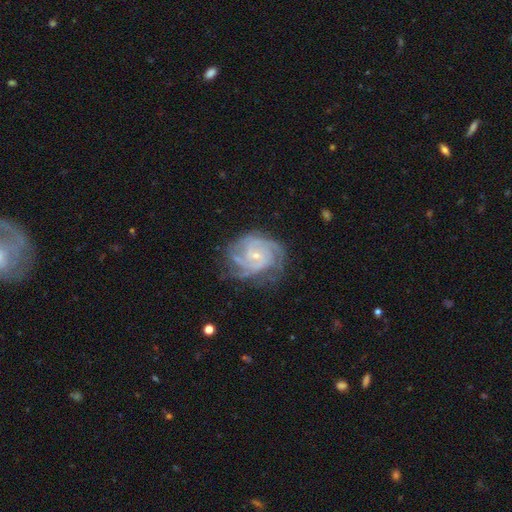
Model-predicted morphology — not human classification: The model was most divided on "spiral arm count": 3: 33%, 2: 20%, can't tell: 17%, 4: 17%, more than 4: 6%, 1: 6%. More confident: edge-on disk — no (98%); spiral arms — yes (98%); smooth or featured — featured or disk (89%); bulge size — small (76%); merging — none (70%); spiral winding — tight (64%); bar — no (63%).